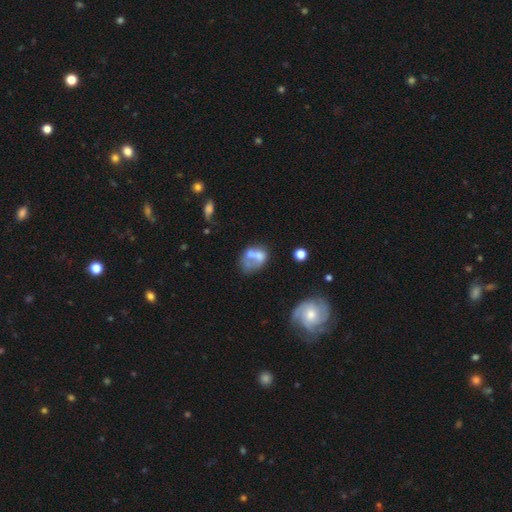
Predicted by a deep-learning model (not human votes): Overall: smooth (47%; featured or disk 42%). Merging: major disturbance (29%; none 26%).